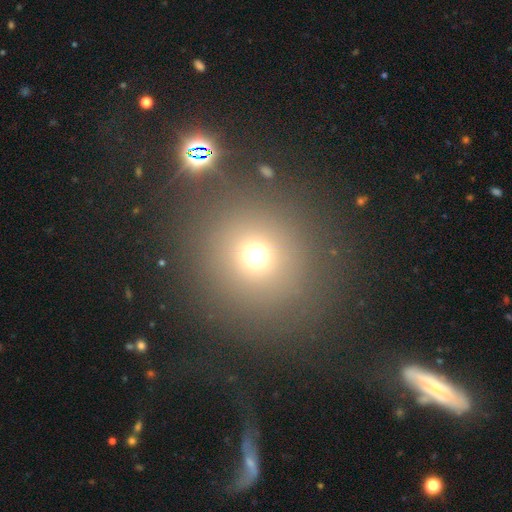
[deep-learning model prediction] Smooth or featured?
  - smooth: 67% *
  - star or artifact: 24%
  - featured or disk: 9%
How rounded?
  - round: 92% *
  - in between: 7%
  - cigar-shaped: 1%
Merging?
  - none: 81% *
  - minor disturbance: 7%
  - merger: 7%
  - major disturbance: 5%